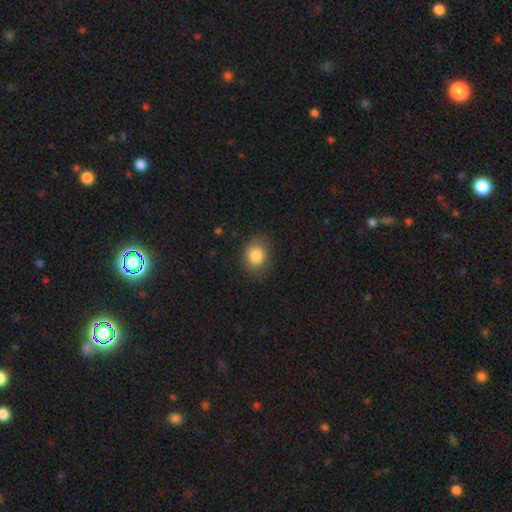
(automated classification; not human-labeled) The model was most divided on "how rounded": round: 63%, in between: 36%, cigar-shaped: 1%. More confident: smooth or featured — smooth (85%); merging — none (80%).